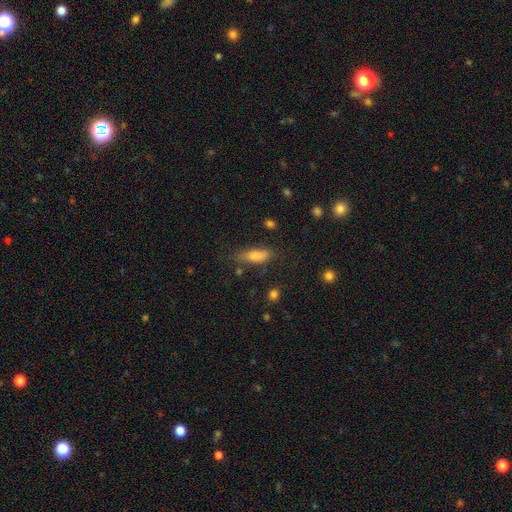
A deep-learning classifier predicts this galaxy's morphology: smooth_or_featured: smooth (p=0.73) [alt: featured or disk p=0.19]
how_rounded: in between (p=0.57) [alt: cigar-shaped p=0.40]
merging: none (p=0.70) [alt: minor disturbance p=0.20]